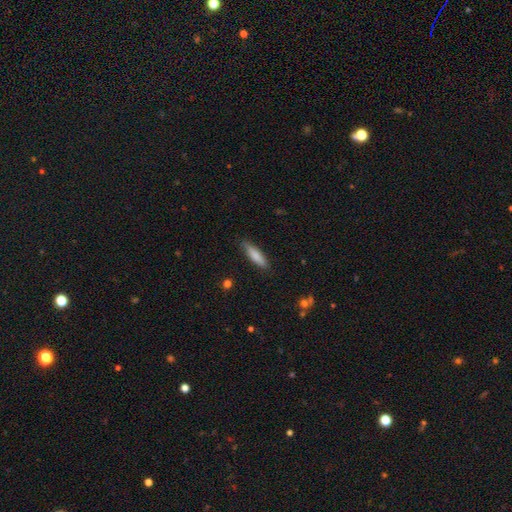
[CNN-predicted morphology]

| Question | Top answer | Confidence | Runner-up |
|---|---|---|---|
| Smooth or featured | smooth | 81% | featured or disk (13%) |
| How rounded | cigar-shaped | 70% | in between (29%) |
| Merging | none | 84% | minor disturbance (13%) |